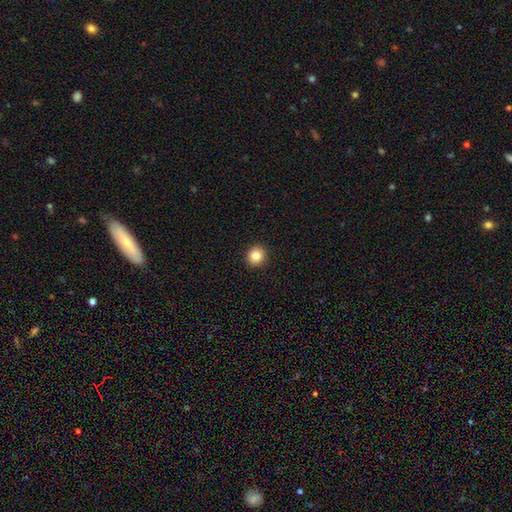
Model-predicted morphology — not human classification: smooth-or-featured: smooth: 84% | star or artifact: 10% | featured or disk: 6%
  how-rounded: round: 90% | in between: 9% | cigar-shaped: 1%
  merging: none: 93% | minor disturbance: 4% | major disturbance: 1% | merger: 1%